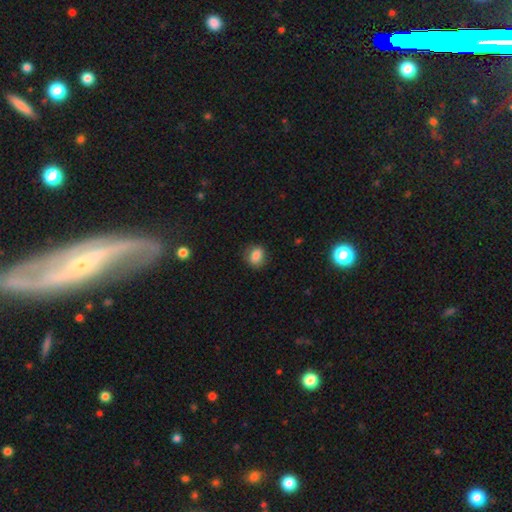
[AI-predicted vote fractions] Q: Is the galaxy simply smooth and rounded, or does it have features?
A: smooth — 83%.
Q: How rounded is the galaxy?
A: round — 61%.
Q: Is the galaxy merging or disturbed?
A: none — 80%.